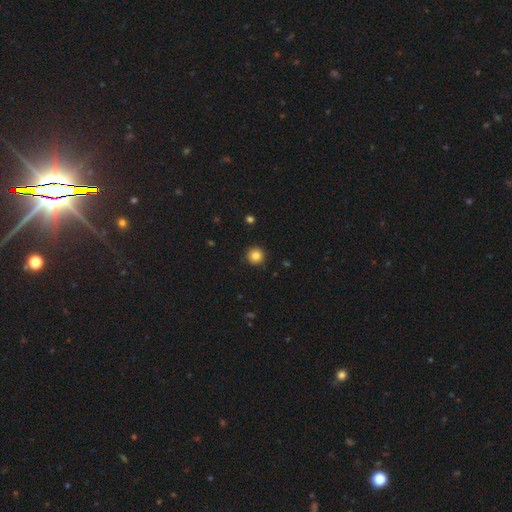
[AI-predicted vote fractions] Q: Smooth or featured?
A: smooth (84%); runner-up: star or artifact (10%)
Q: How rounded?
A: round (96%); runner-up: in between (3%)
Q: Merging?
A: none (92%); runner-up: minor disturbance (5%)